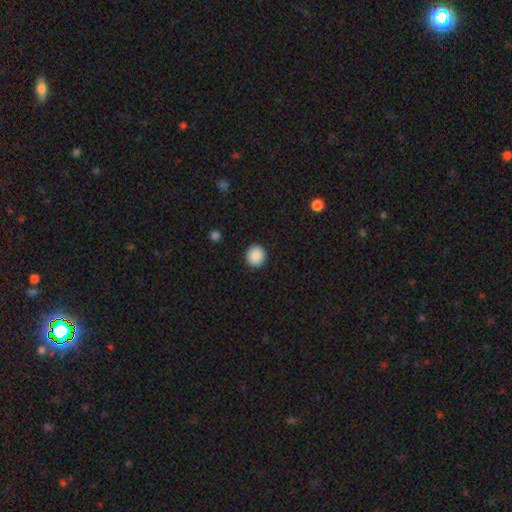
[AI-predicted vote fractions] Smooth or featured: smooth — 89% (star or artifact — 8%)
How rounded: round — 92% (in between — 7%)
Merging: none — 93% (minor disturbance — 5%)